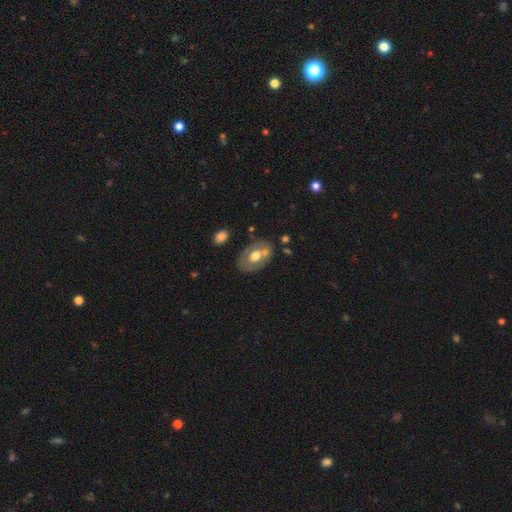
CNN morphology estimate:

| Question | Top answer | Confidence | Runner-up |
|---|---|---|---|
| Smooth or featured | smooth | 50% | featured or disk (43%) |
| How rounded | in between | 80% | round (18%) |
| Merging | none | 62% | minor disturbance (17%) |